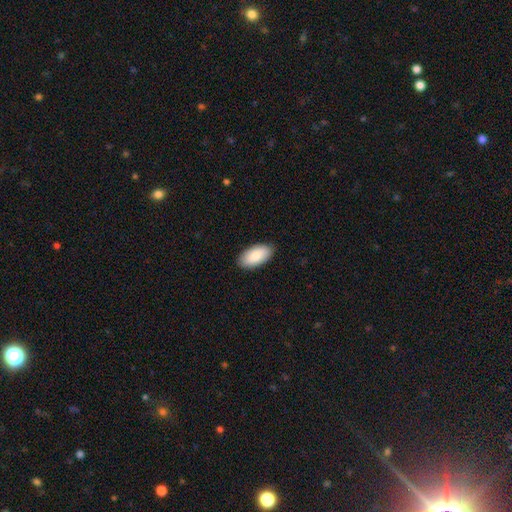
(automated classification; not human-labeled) Overall: smooth (86%). How rounded: in between (95%). Merging: none (89%).